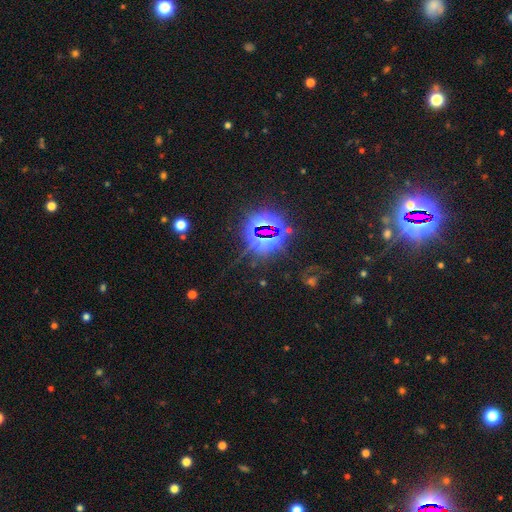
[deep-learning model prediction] A star or artifact, not a galaxy (83%).

Vote fractions:
- Smooth or featured? star or artifact: 83% / smooth: 9% / featured or disk: 8%